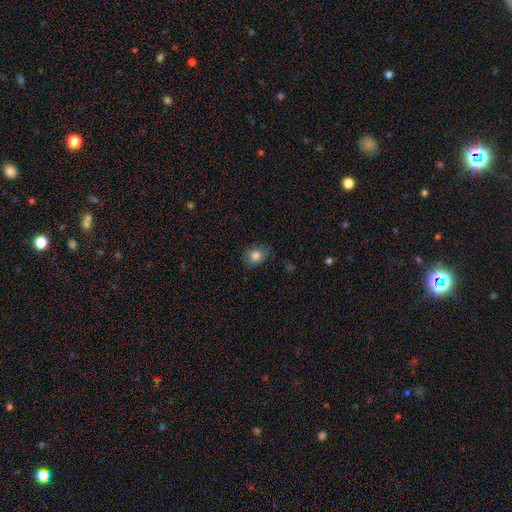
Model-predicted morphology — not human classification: Q: Smooth or featured?
A: smooth (83%); runner-up: star or artifact (9%)
Q: How rounded?
A: in between (65%); runner-up: round (34%)
Q: Merging?
A: none (77%); runner-up: minor disturbance (18%)